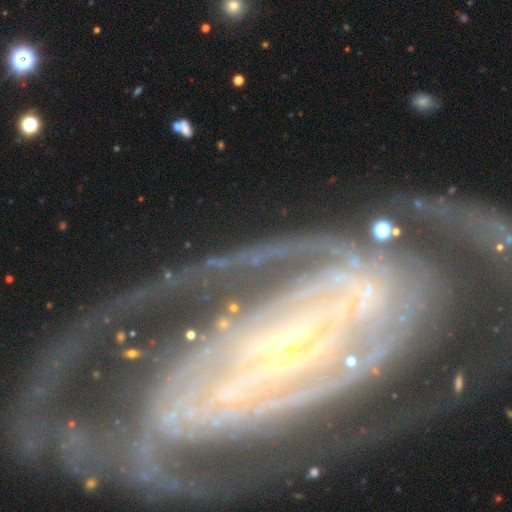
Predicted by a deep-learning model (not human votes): The model was most divided on "spiral winding": tight: 52%, medium: 36%, loose: 12%. Remaining: spiral arms — yes (96%); edge-on disk — no (95%); smooth or featured — featured or disk (90%); bulge size — small (84%); merging — none (55%); bar — strong (48%); spiral arm count — 2 (47%).